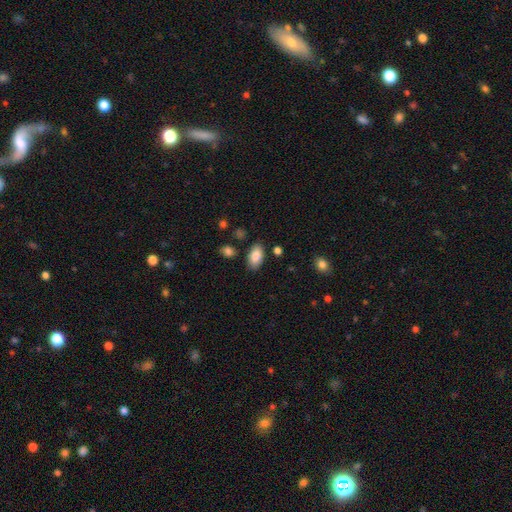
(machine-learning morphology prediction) This is clearly a smooth galaxy (85%). How rounded: clearly in between (94%). Merging: clearly none (81%).